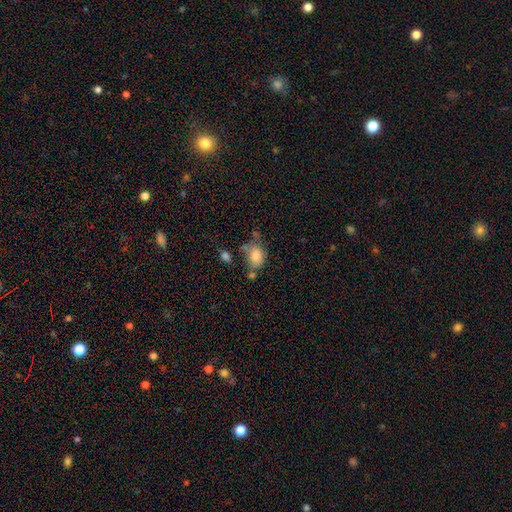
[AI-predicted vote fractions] Morphology: type=smooth (78%); roundness=in between (70%); merging=none (40%).